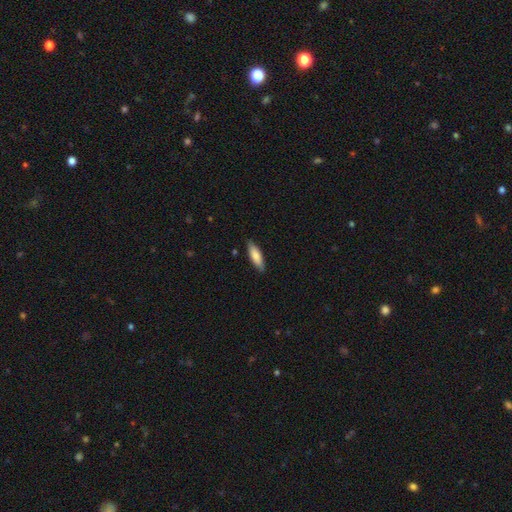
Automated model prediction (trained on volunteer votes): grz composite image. It shows a smooth galaxy with no disk features (79%) that is in between round and cigar-shaped (53%). Merging: none (86%).